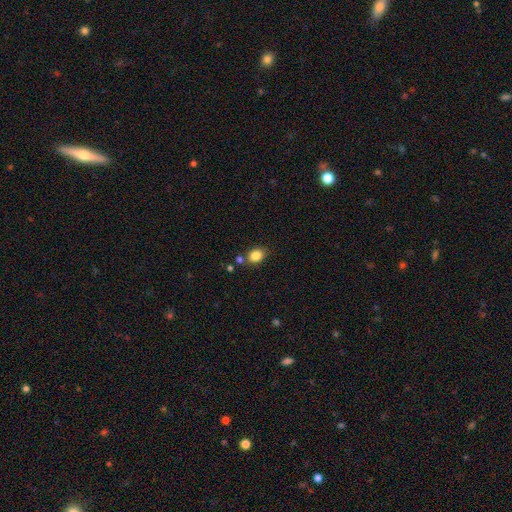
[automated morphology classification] A smooth galaxy with no disk features (84%) that is in between round and cigar-shaped (58%). Merging: none (74%).